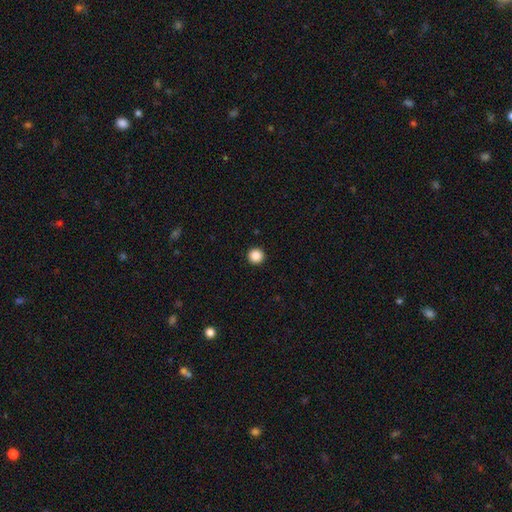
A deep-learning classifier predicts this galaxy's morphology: Smooth or featured? smooth (88%)
How rounded? round (96%)
Merging? none (94%)